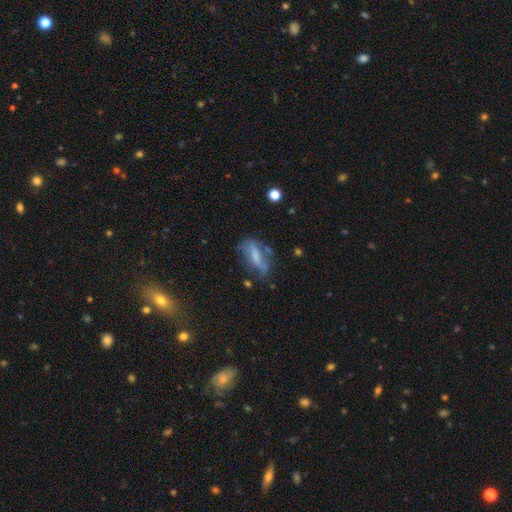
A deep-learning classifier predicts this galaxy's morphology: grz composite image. It shows a smooth galaxy with no disk features (48%). Merging: none (44%).